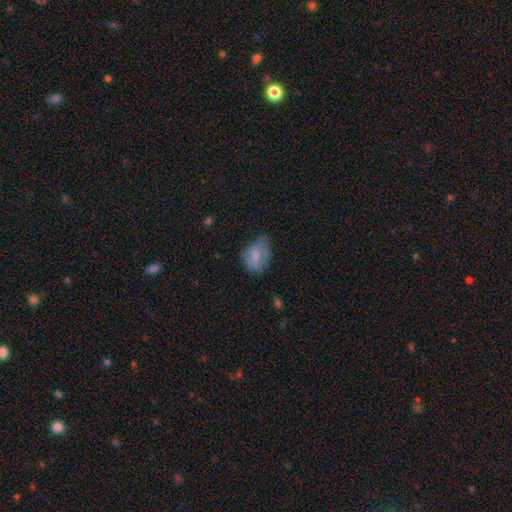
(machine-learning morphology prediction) This appears to be a smooth galaxy with no disk features (67%) that is in between round and cigar-shaped (68%). Merging: none (38%, tied with minor disturbance).